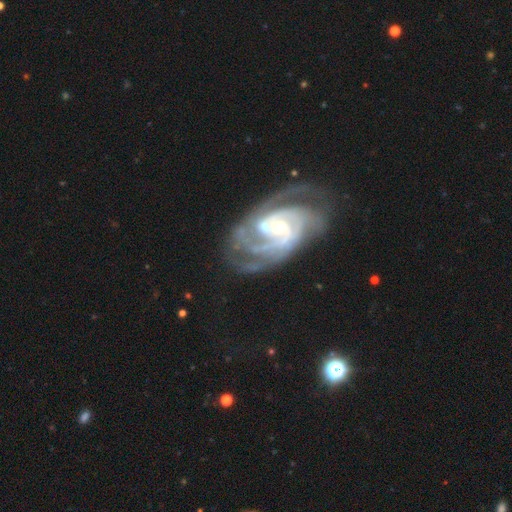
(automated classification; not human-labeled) Smooth or featured?
  - featured or disk: 90% *
  - star or artifact: 6%
  - smooth: 4%
Edge-on disk?
  - no: 97% *
  - yes: 3%
Bar?
  - no: 47% *
  - weak: 35%
  - strong: 19%
Spiral arms?
  - yes: 98% *
  - no: 2%
Spiral winding?
  - tight: 66% *
  - medium: 29%
  - loose: 5%
Spiral arm count?
  - 3: 29% * (tied)
  - 2: 29% * (tied)
  - can't tell: 16%
  - 4: 13%
  - more than 4: 7%
  - 1: 7%
Bulge size?
  - small: 56% *
  - moderate: 39%
  - large: 2%
  - none: 1%
  - dominant: 1%
Merging?
  - none: 70% *
  - minor disturbance: 17%
  - major disturbance: 9%
  - merger: 4%